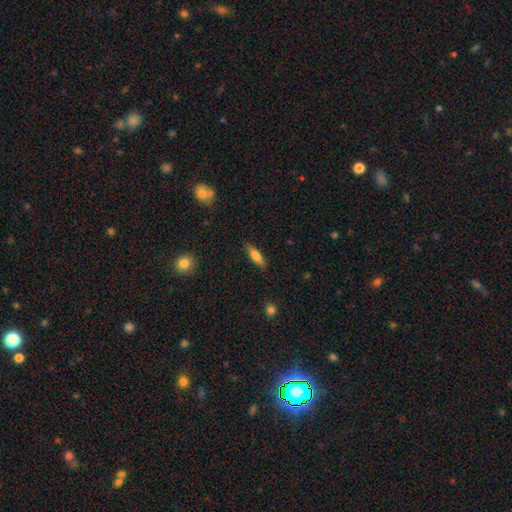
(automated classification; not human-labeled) smooth-or-featured: smooth: 78% | featured or disk: 15% | star or artifact: 7%
  how-rounded: cigar-shaped: 53% | in between: 45% | round: 2%
  merging: none: 86% | minor disturbance: 11% | major disturbance: 2% | merger: 1%